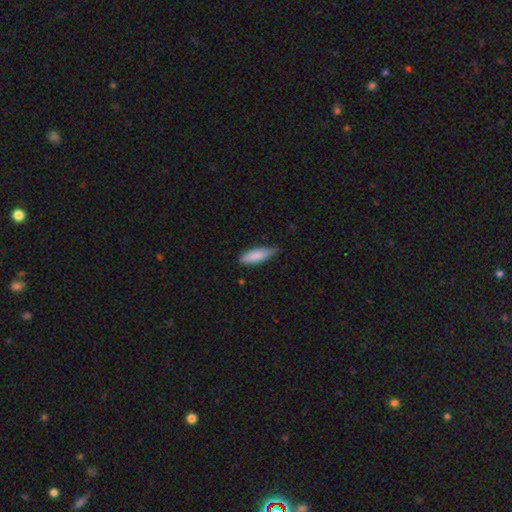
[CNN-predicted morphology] A smooth galaxy with no disk features (86%) that is in between round and cigar-shaped (52%). Merging: none (67%).